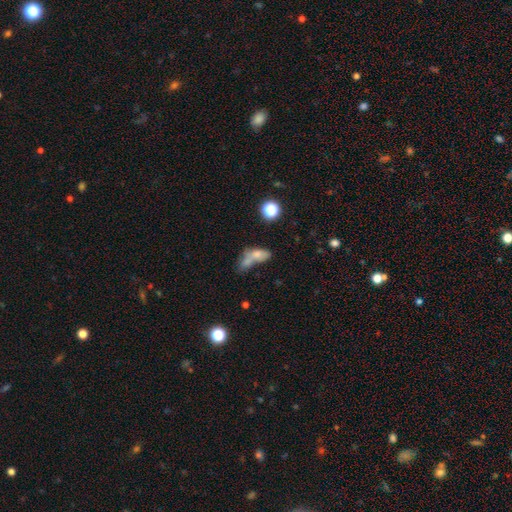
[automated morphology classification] A smooth galaxy with no disk features (65%) that is in between round and cigar-shaped (74%). Merging: merger (50%).